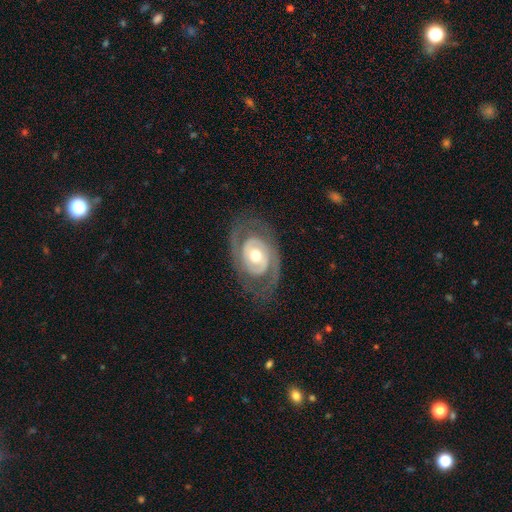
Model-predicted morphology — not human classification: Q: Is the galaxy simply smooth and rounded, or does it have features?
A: featured or disk — 84%.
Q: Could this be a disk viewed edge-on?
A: no — 96%.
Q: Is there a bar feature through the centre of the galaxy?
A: no — 64%.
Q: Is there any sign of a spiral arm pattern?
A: yes — 86%.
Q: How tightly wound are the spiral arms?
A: tight — 51%.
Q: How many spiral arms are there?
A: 2 — 81%.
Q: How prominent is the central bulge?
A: moderate — 74%.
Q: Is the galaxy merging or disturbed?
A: none — 76%.